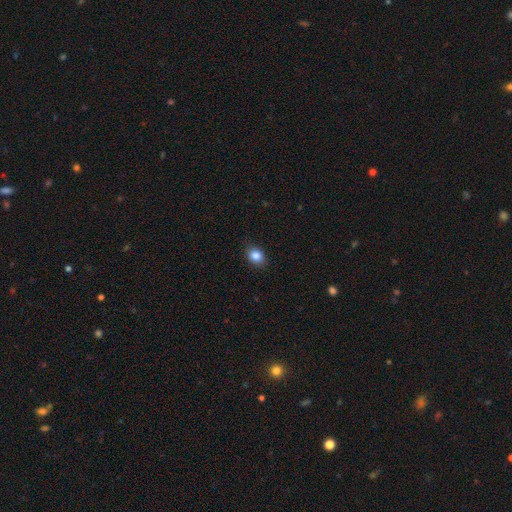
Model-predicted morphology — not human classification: This appears to be a smooth galaxy with no disk features (85%) that is in between round and cigar-shaped (54%). Merging: none (87%).